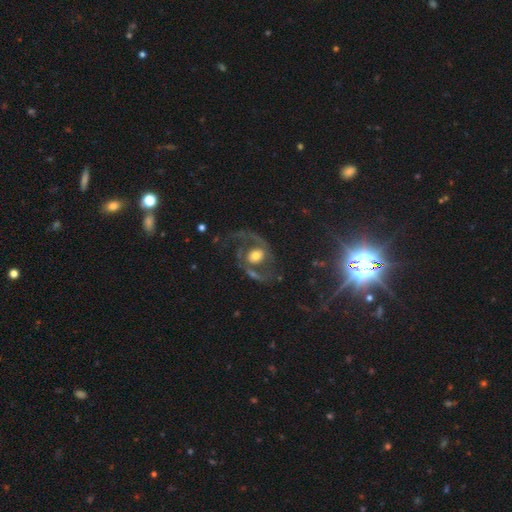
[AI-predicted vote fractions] Smooth or featured?
  - featured or disk: 79% *
  - smooth: 14%
  - star or artifact: 7%
Edge-on disk?
  - no: 97% *
  - yes: 3%
Bar?
  - no: 59% *
  - weak: 29%
  - strong: 12%
Spiral arms?
  - yes: 86% *
  - no: 14%
Spiral winding?
  - medium: 49% *
  - loose: 38%
  - tight: 14%
Spiral arm count?
  - 2: 85% *
  - can't tell: 5%
  - 1: 5%
  - 3: 2%
  - 4: 1%
  - more than 4: 1%
Bulge size?
  - moderate: 60% *
  - large: 22%
  - small: 14%
  - dominant: 3%
  - none: 2%
Merging?
  - none: 56% *
  - major disturbance: 23%
  - minor disturbance: 16%
  - merger: 5%